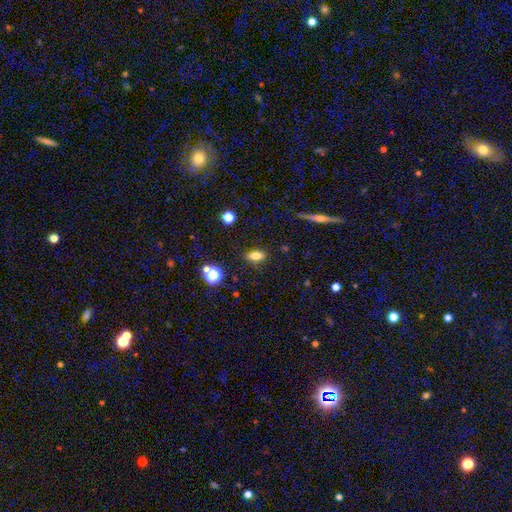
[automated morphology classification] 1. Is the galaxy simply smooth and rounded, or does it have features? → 77% smooth, 13% star or artifact, 11% featured or disk.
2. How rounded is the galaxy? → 79% in between, 11% round, 9% cigar-shaped.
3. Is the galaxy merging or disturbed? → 81% none, 13% minor disturbance, 3% major disturbance, 2% merger.